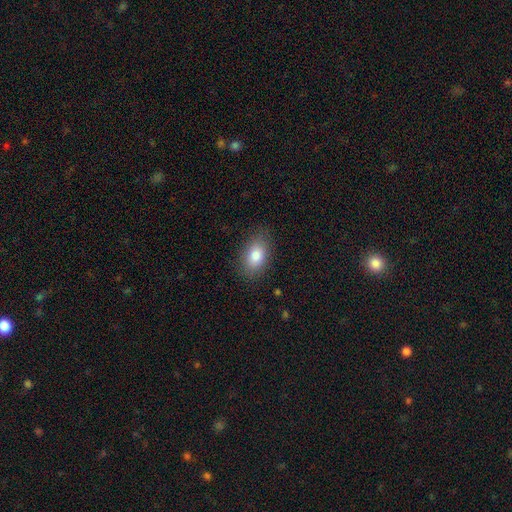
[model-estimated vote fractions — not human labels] A smooth galaxy with no disk features (82%) that is in between round and cigar-shaped (87%). Merging: none (84%).